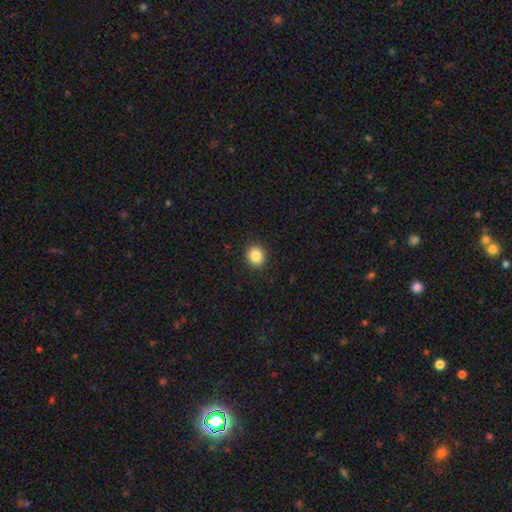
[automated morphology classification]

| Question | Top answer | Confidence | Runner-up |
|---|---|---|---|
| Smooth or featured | smooth | 86% | star or artifact (10%) |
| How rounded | round | 78% | in between (21%) |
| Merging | none | 91% | minor disturbance (6%) |